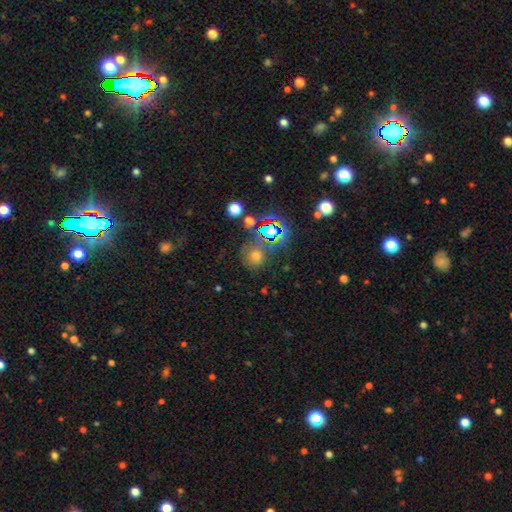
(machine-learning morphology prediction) Smooth or featured?
  - smooth: 53% *
  - star or artifact: 35%
  - featured or disk: 11%
How rounded?
  - round: 85% *
  - in between: 14%
  - cigar-shaped: 1%
Merging?
  - none: 70% *
  - minor disturbance: 14%
  - merger: 9%
  - major disturbance: 7%